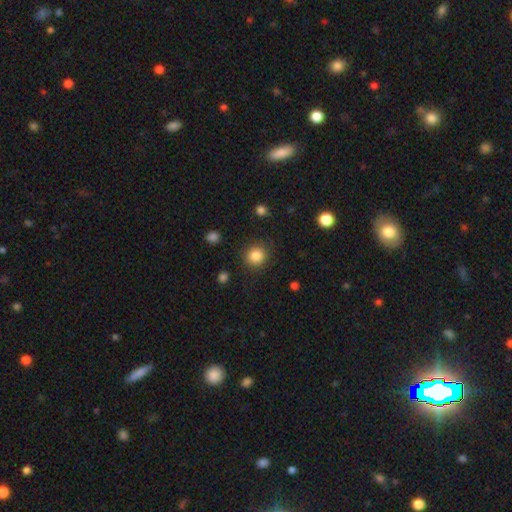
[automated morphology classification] A smooth galaxy with no disk features (85%) that is round (90%). Merging: none (88%).